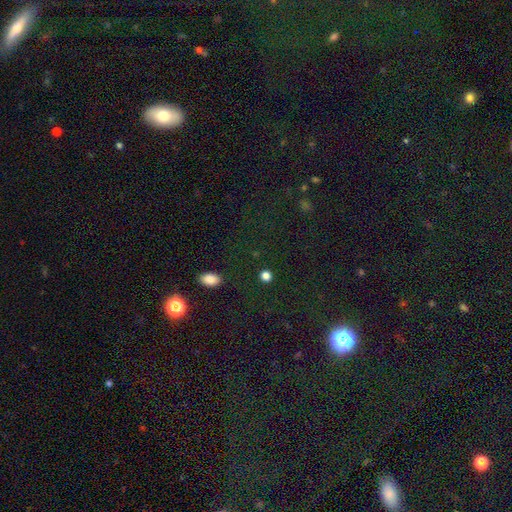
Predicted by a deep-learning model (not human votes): Smooth or featured?
  - star or artifact: 67% *
  - smooth: 23%
  - featured or disk: 9%